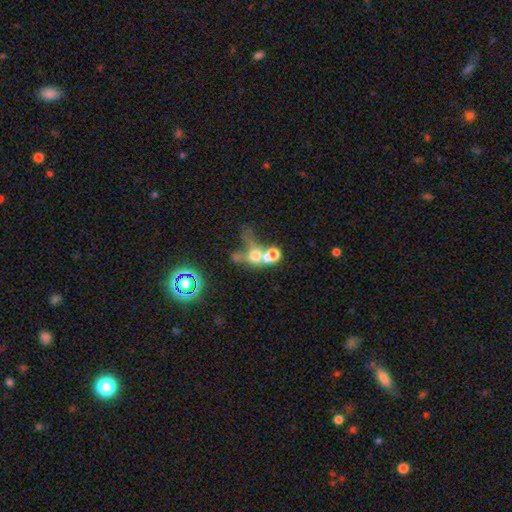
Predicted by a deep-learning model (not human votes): Morphology: type=smooth (48%); merging=merger (59%).